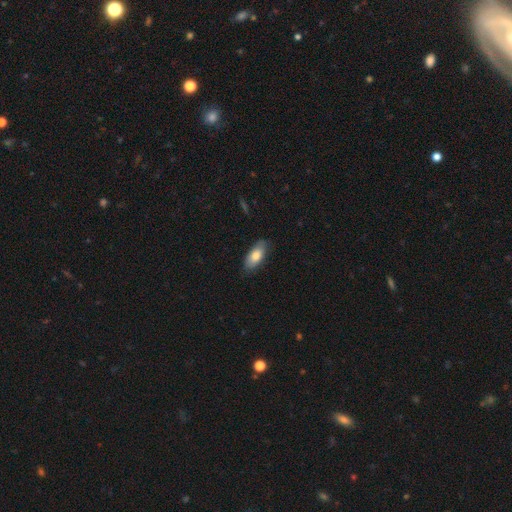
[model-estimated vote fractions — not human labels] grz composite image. It shows a smooth galaxy with no disk features (77%) that is in between round and cigar-shaped (85%). Merging: none (82%).